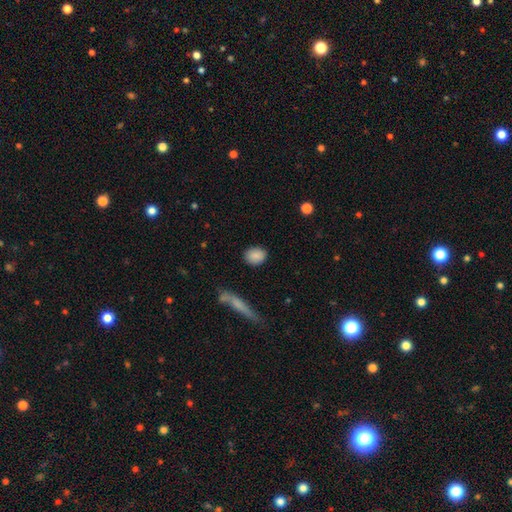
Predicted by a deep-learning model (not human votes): This is clearly a smooth galaxy (87%). How rounded: possibly round (53%). Merging: clearly none (86%).